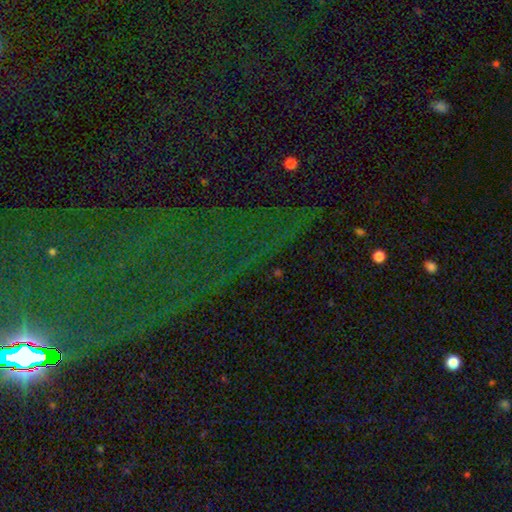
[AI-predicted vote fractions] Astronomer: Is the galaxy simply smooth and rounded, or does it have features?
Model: star or artifact — 78%.